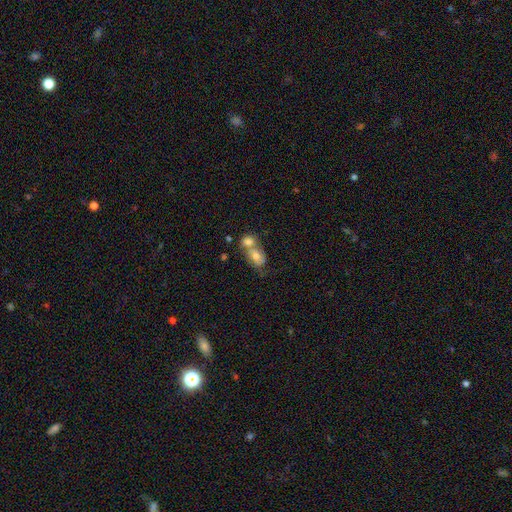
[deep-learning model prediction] The model was most divided on "how rounded": in between: 60%, round: 38%, cigar-shaped: 2%. More confident: merging — merger (64%); smooth or featured — smooth (58%).